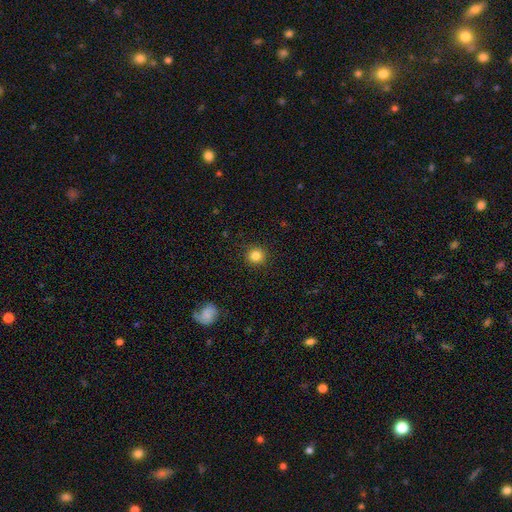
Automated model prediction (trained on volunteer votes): A smooth galaxy with no disk features (84%) that is round (93%). Merging: none (91%).